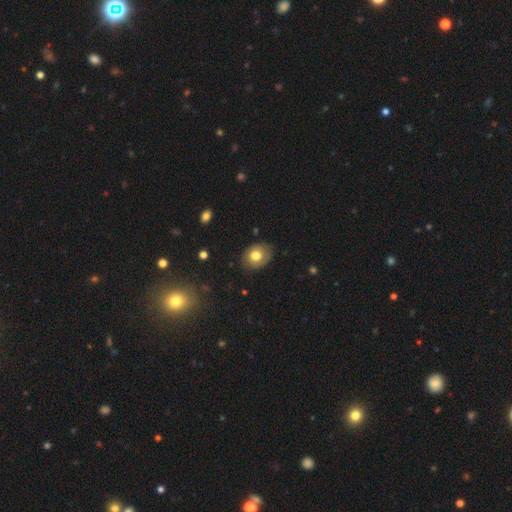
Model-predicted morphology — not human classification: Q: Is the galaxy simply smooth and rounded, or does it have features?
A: smooth — 74%.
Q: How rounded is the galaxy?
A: in between — 51%.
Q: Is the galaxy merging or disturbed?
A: none — 79%.